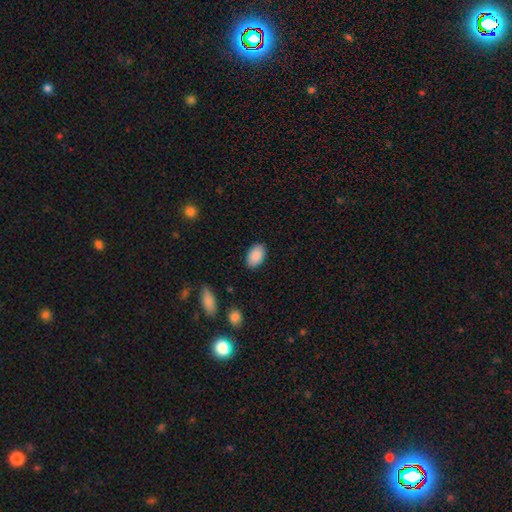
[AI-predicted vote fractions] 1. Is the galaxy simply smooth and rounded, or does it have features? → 90% smooth, 7% star or artifact, 4% featured or disk.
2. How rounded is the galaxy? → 91% in between, 8% round, 1% cigar-shaped.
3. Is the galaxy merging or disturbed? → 87% none, 9% minor disturbance, 2% major disturbance, 1% merger.